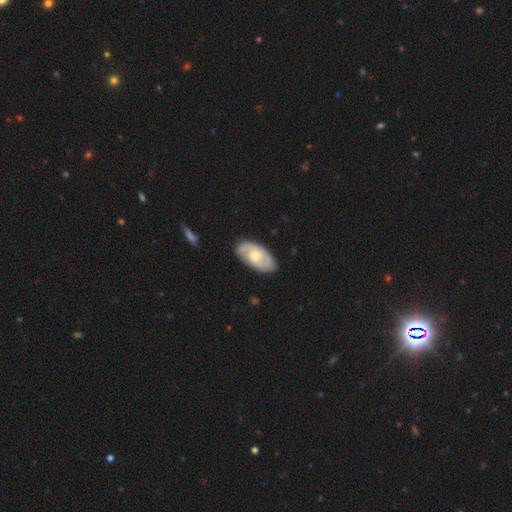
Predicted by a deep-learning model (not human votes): A featured or disk galaxy (52%).

Vote fractions:
- Smooth or featured? featured or disk: 52% / smooth: 43% / star or artifact: 5%
- Edge-on disk? no: 92% / yes: 8%
- Merging? none: 82% / minor disturbance: 14% / major disturbance: 3% / merger: 1%